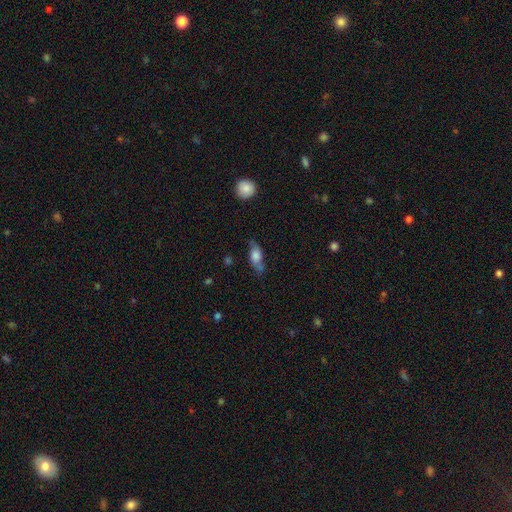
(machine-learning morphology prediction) type=smooth (61%); roundness=in between (72%); merging=none (61%).